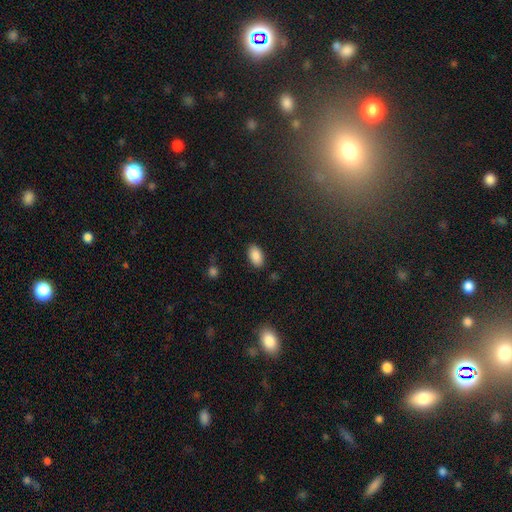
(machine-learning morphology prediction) A smooth galaxy with no disk features (88%) that is in between round and cigar-shaped (94%).

Vote fractions:
- Smooth or featured? smooth: 88% / star or artifact: 8% / featured or disk: 5%
- How rounded? in between: 94% / round: 4% / cigar-shaped: 2%
- Merging? none: 86% / minor disturbance: 10% / major disturbance: 3% / merger: 1%